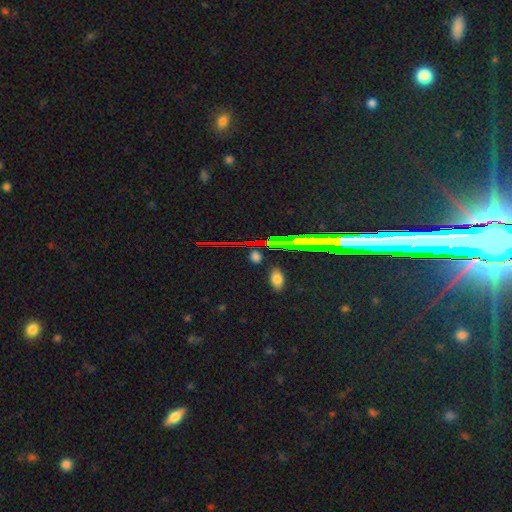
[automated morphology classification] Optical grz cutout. It shows a star or artifact, not a galaxy (45%).